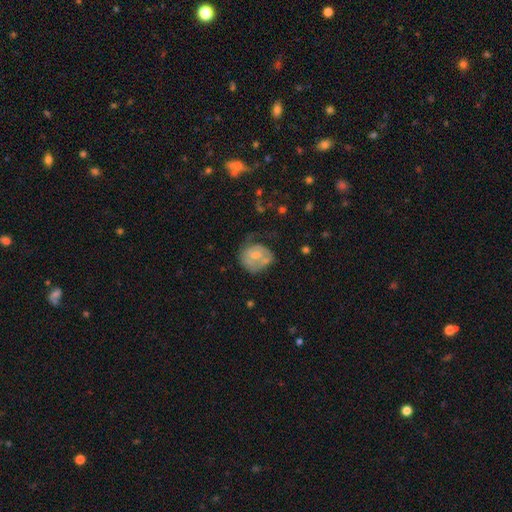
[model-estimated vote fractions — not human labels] featured or disk 56%, smooth 36%, star or artifact 7%. Down the decision tree: edge-on disk — no (97%); bar — no (58%); spiral arms — yes (64%); bulge size — moderate (46%); merging — none (39%).